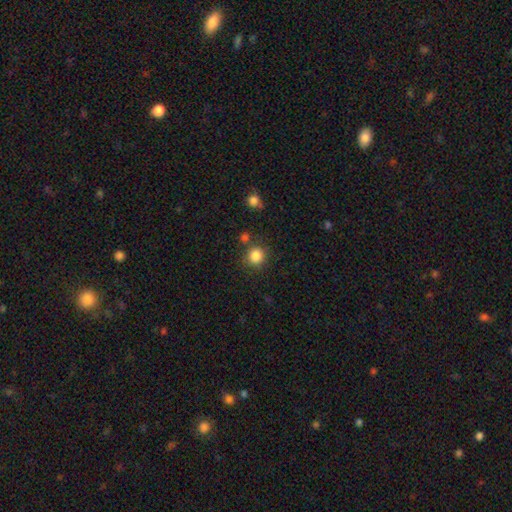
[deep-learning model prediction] The model was most divided on "merging": none: 80%, minor disturbance: 9%, merger: 7%, major disturbance: 4%. More confident: how rounded — round (90%); smooth or featured — smooth (85%).